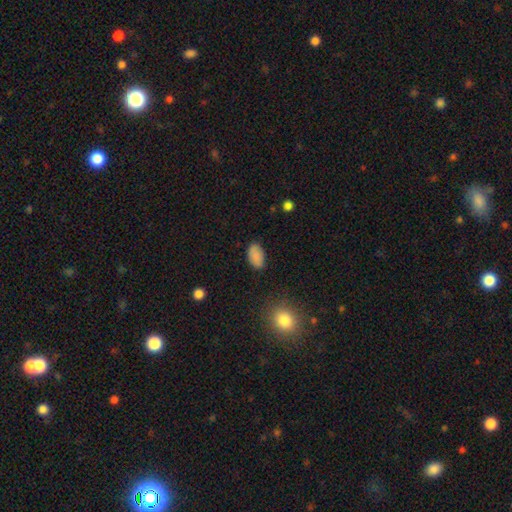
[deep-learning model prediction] Smooth or featured: smooth — 87% (star or artifact — 9%)
How rounded: in between — 94% (round — 4%)
Merging: none — 83% (minor disturbance — 13%)